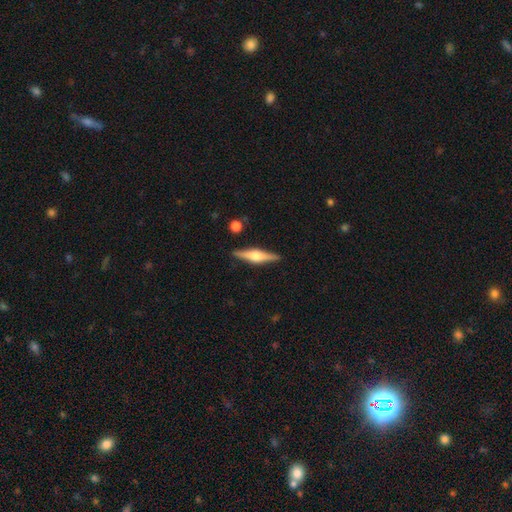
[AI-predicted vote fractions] Smooth or featured? featured or disk (70%)
Edge-on disk? yes (97%)
Edge-on bulge? rounded (89%)
Merging? none (89%)